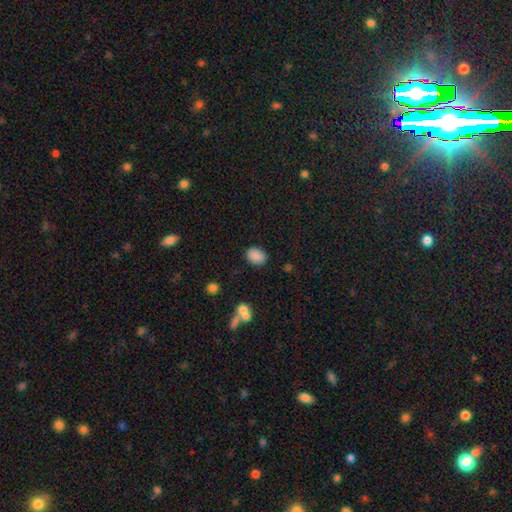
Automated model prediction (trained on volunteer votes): smooth-or-featured: smooth: 87% | star or artifact: 9% | featured or disk: 4%
  how-rounded: in between: 74% | round: 25% | cigar-shaped: 1%
  merging: none: 83% | minor disturbance: 12% | major disturbance: 3% | merger: 3%